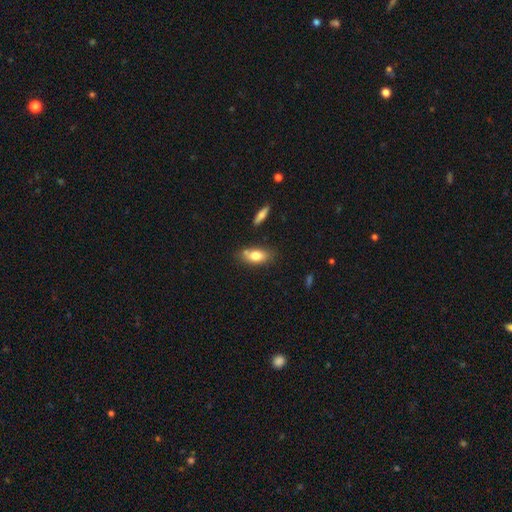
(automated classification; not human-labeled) This appears to be a smooth galaxy with no disk features (76%) that is in between round and cigar-shaped (84%). Merging: none (68%).